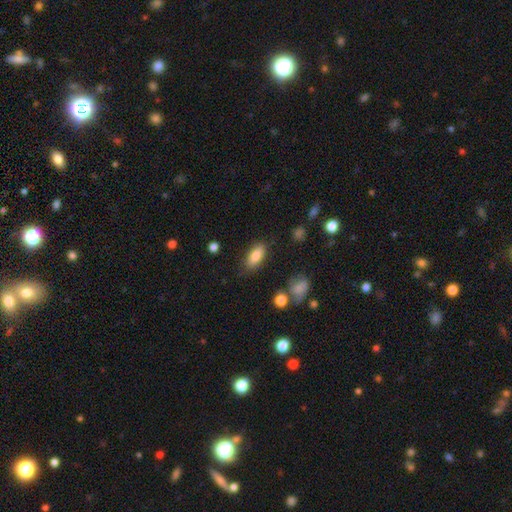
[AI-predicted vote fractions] smooth-or-featured: smooth: 85% | featured or disk: 8% | star or artifact: 7%
  how-rounded: in between: 84% | cigar-shaped: 13% | round: 3%
  merging: none: 81% | minor disturbance: 13% | major disturbance: 4% | merger: 2%